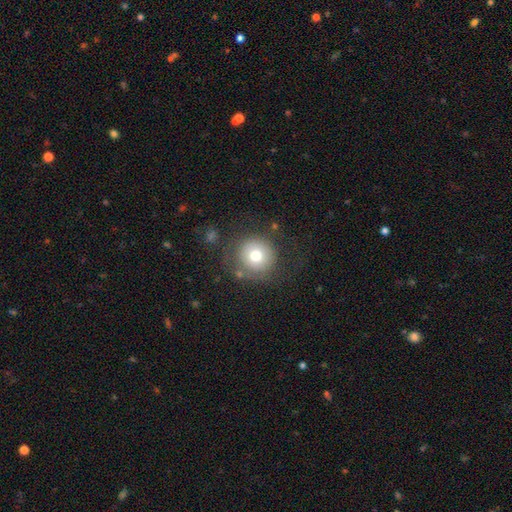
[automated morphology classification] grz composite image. It shows a smooth galaxy with no disk features (73%) that is round (94%). Merging: none (74%).